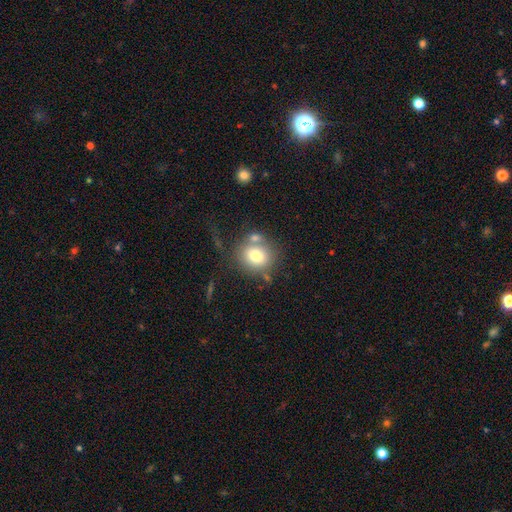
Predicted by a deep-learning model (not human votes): Morphology: type=smooth (74%); roundness=round (77%); merging=none (56%).